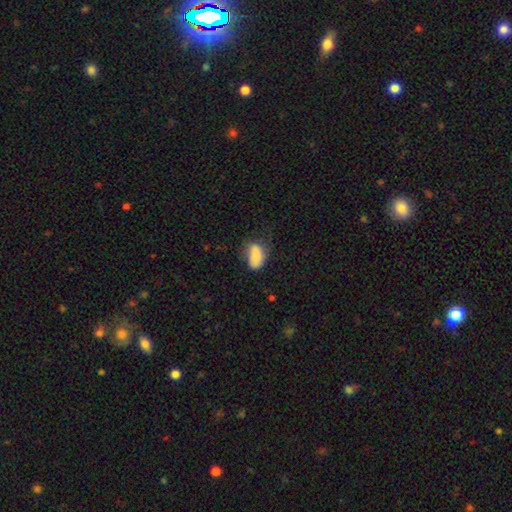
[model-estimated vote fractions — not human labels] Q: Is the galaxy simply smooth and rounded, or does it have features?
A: smooth — 80%.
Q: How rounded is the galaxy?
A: in between — 91%.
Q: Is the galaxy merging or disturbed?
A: none — 49%.